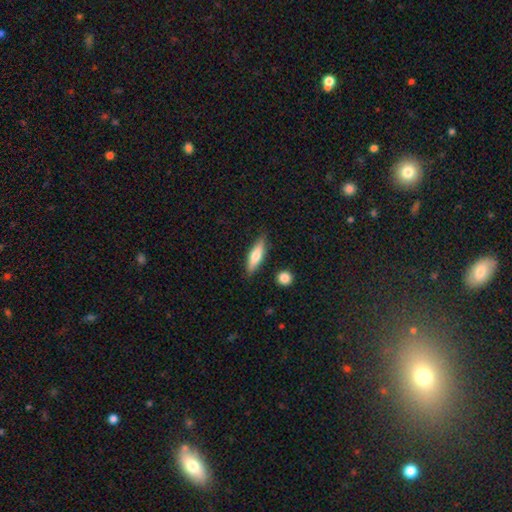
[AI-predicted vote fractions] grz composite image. It shows a smooth galaxy with no disk features (65%) that is cigar-shaped (64%). Merging: none (84%).